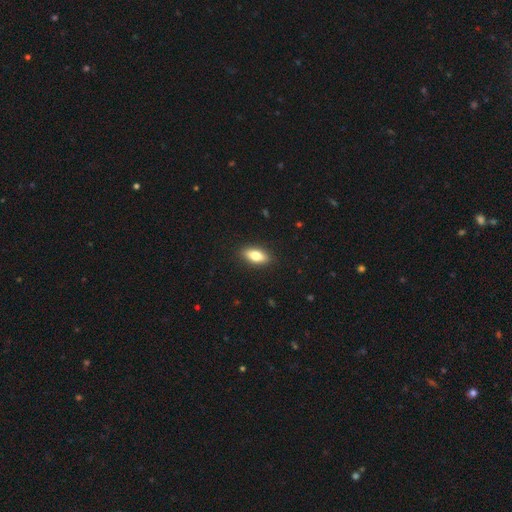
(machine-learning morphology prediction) A smooth galaxy with no disk features (76%) that is in between round and cigar-shaped (84%). Merging: none (89%).